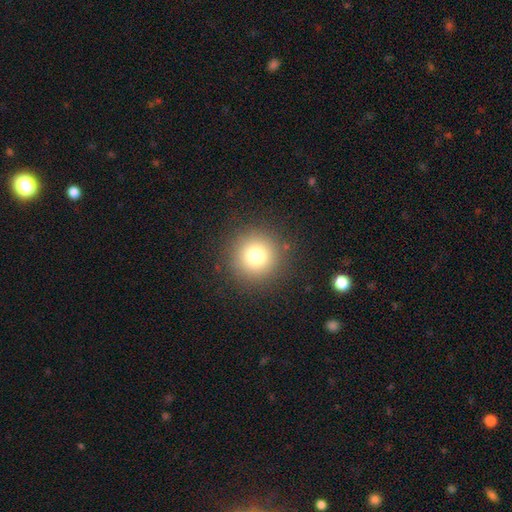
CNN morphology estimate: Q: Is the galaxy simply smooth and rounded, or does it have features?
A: smooth — 77%.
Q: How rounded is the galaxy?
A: round — 96%.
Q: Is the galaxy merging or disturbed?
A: none — 90%.